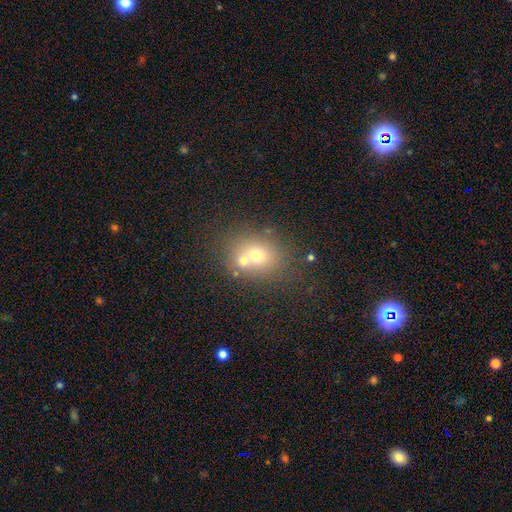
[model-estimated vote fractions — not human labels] This is likely a smooth galaxy (64%). How rounded: possibly round (59%). Merging: possibly none (46%).